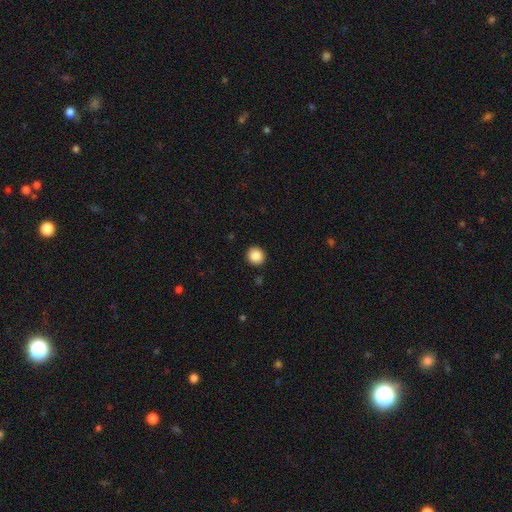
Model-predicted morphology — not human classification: smooth 87%, star or artifact 9%, featured or disk 4%. Down the decision tree: how rounded — round (90%); merging — none (92%).